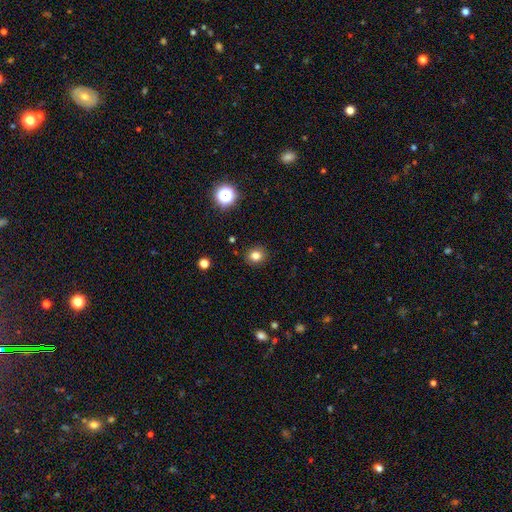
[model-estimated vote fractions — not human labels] Overall: smooth (81%). How rounded: round (78%). Merging: none (90%).